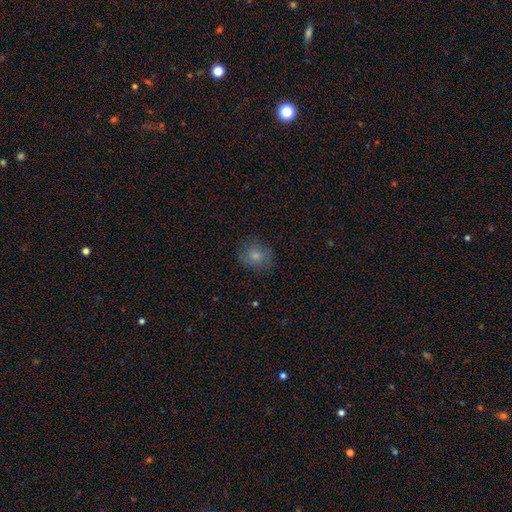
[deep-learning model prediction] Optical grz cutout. It shows a smooth galaxy with no disk features (78%) that is round (76%). Merging: none (80%).